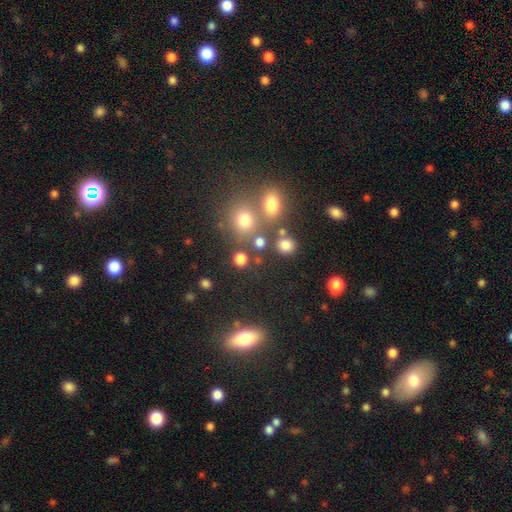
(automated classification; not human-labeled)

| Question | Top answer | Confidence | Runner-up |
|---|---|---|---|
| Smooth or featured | smooth | 47% | star or artifact (39%) |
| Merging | none | 58% | merger (30%) |